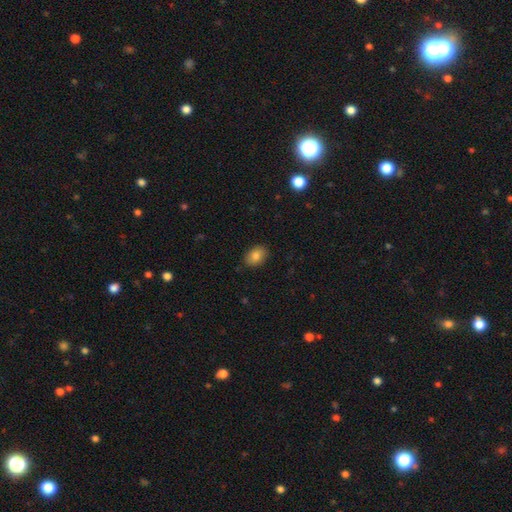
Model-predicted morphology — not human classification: Smooth or featured? Predicted: smooth (p=0.84). How rounded? Predicted: in between (p=0.81). Merging? Predicted: none (p=0.86).